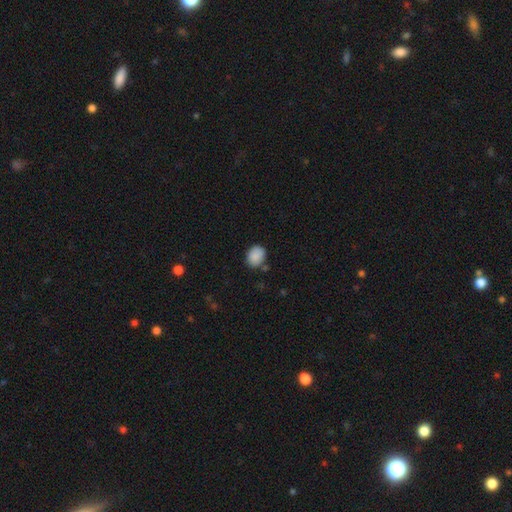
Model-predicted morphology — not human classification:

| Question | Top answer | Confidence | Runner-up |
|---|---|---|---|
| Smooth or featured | smooth | 88% | star or artifact (8%) |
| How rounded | round | 50% | in between (49%) |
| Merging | none | 76% | minor disturbance (16%) |